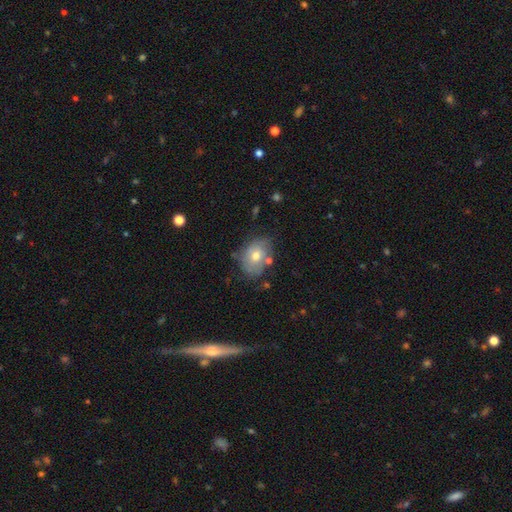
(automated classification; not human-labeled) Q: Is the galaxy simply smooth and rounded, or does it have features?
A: smooth — 62%.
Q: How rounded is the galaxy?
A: in between — 70%.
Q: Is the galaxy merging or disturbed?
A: none — 63%.